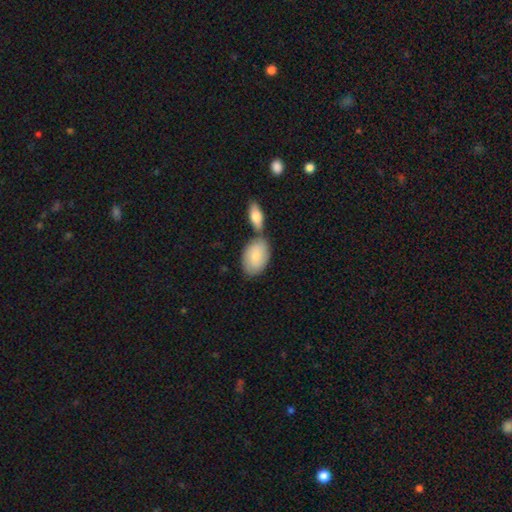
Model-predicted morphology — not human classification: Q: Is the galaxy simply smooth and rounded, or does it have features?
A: smooth — 77%.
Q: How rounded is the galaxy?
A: in between — 90%.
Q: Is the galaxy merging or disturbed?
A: none — 51%.